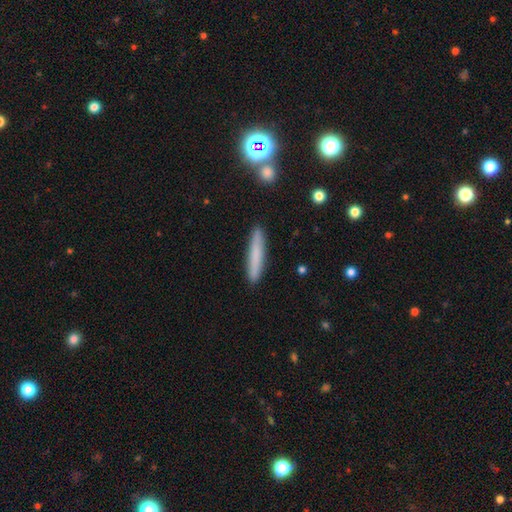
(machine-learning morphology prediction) smooth_or_featured: smooth (p=0.73) [alt: featured or disk p=0.19]
how_rounded: cigar-shaped (p=0.93) [alt: in between p=0.05]
merging: none (p=0.90) [alt: minor disturbance p=0.07]